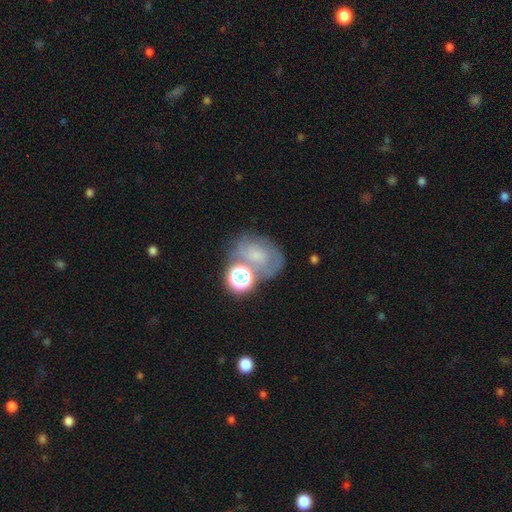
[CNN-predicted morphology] smooth_or_featured: featured or disk (p=0.45) [alt: smooth p=0.35]
merging: none (p=0.42) [alt: merger p=0.22]